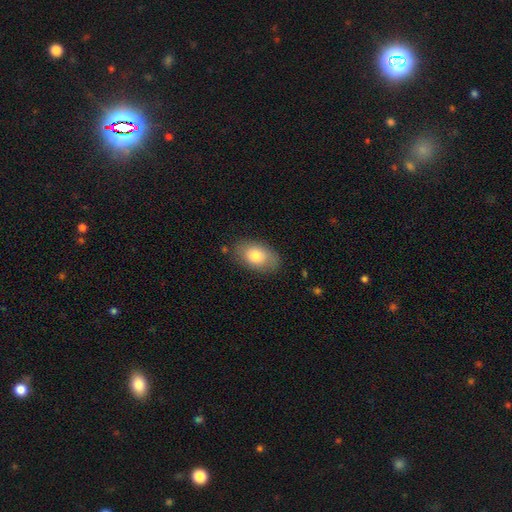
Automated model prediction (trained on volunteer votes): smooth 79%, featured or disk 14%, star or artifact 7%. Down the decision tree: how rounded — in between (90%); merging — none (79%).